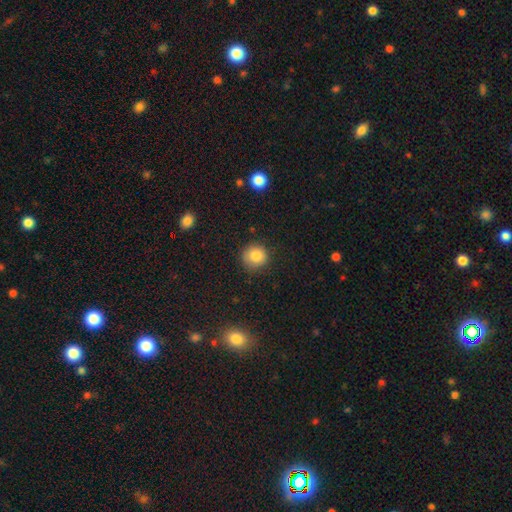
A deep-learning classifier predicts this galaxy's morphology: This is clearly a smooth galaxy (84%). How rounded: clearly round (92%). Merging: clearly none (84%).